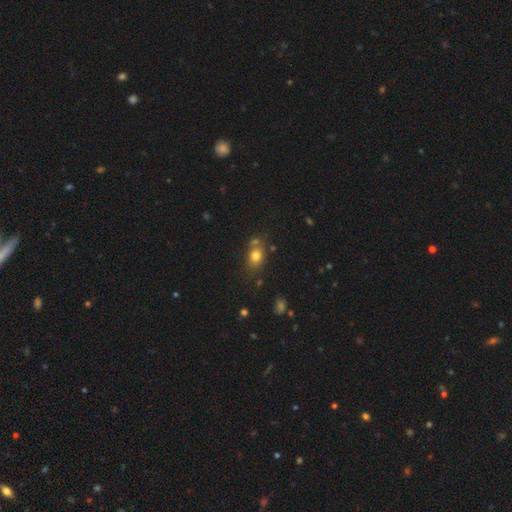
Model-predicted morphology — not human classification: Smooth or featured: smooth — 77% (star or artifact — 12%)
How rounded: in between — 64% (round — 34%)
Merging: none — 62% (merger — 17%)